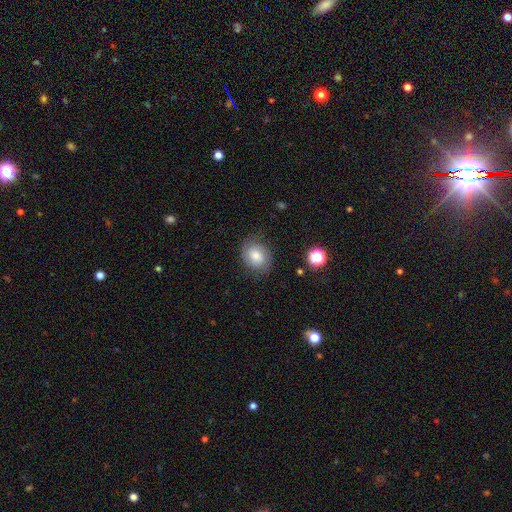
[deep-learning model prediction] Overall: smooth (59%; featured or disk 30%). How rounded: round (51%; in between 48%). Merging: none (78%).